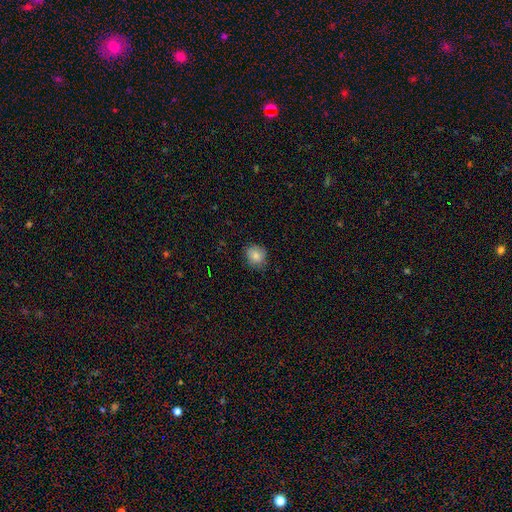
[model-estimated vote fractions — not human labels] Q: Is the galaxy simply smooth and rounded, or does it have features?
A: smooth — 83%.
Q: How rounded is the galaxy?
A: round — 79%.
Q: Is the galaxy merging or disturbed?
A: none — 81%.